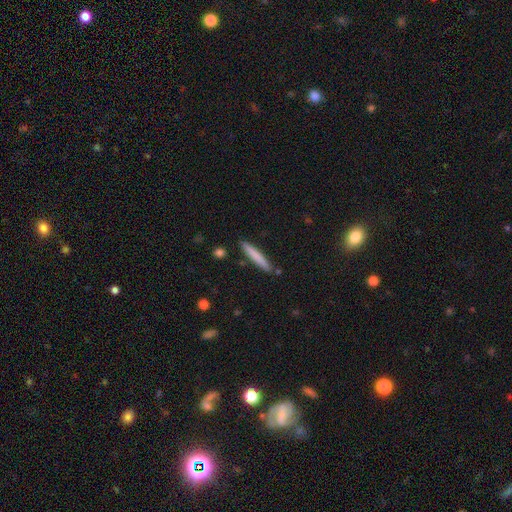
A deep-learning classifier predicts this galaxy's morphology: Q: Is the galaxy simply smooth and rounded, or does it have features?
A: smooth — 75%.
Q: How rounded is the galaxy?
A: cigar-shaped — 95%.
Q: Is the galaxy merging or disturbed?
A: none — 87%.